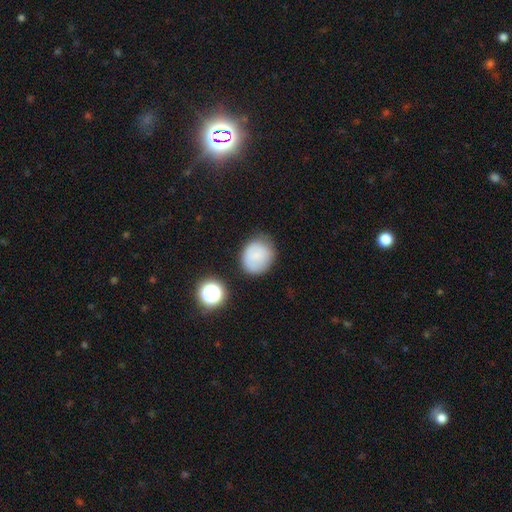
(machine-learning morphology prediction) This appears to be a smooth galaxy with no disk features (79%) that is round (68%). Merging: none (67%).